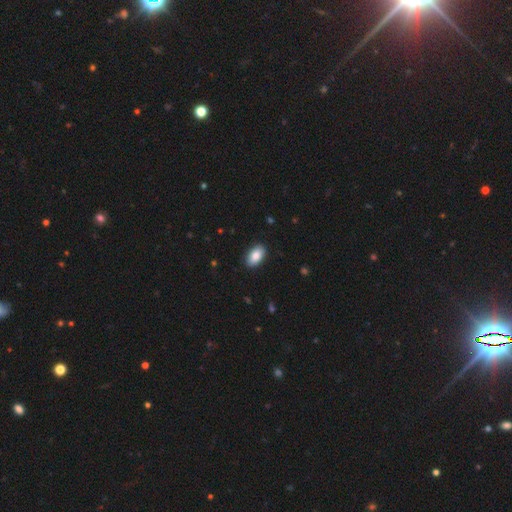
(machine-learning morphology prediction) This is clearly a smooth galaxy (86%). How rounded: clearly in between (94%). Merging: clearly none (89%).